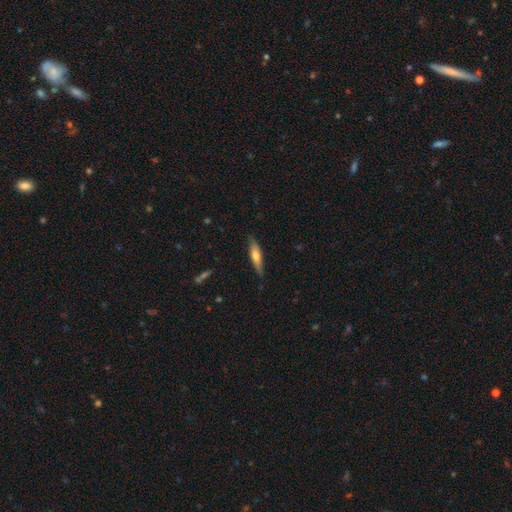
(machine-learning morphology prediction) type=smooth (55%); roundness=cigar-shaped (75%); merging=none (79%).